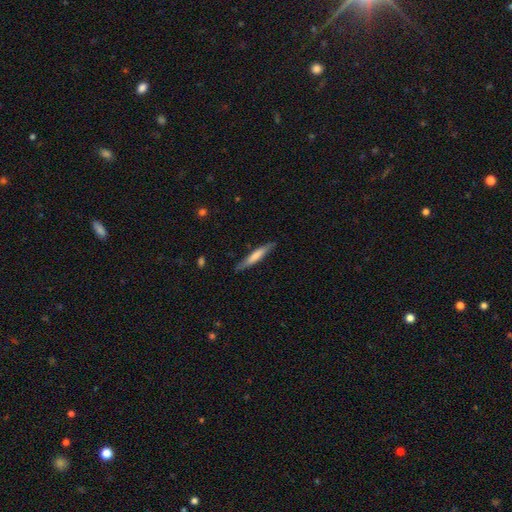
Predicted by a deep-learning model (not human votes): This is likely a smooth galaxy (64%). How rounded: clearly cigar-shaped (93%). Merging: clearly none (84%).